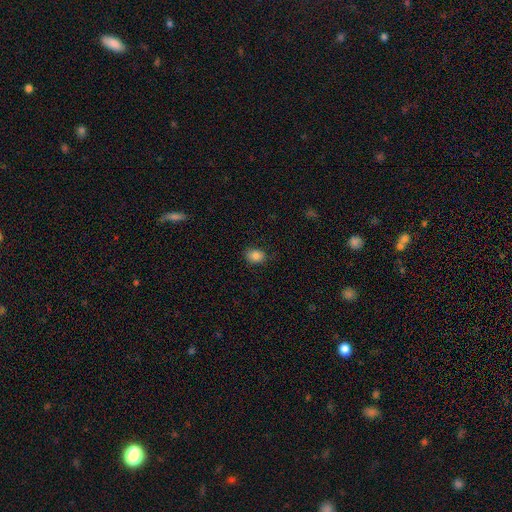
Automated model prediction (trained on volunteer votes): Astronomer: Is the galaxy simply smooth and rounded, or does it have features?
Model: smooth — 83%.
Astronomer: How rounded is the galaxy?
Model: in between — 58% (runner-up: round, 41%).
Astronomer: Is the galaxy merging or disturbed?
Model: none — 81%.